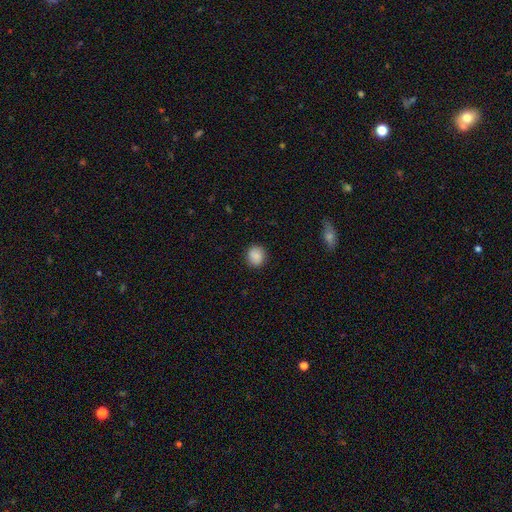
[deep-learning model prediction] Q: Smooth or featured?
A: smooth (88%); runner-up: star or artifact (8%)
Q: How rounded?
A: round (78%); runner-up: in between (21%)
Q: Merging?
A: none (89%); runner-up: minor disturbance (8%)